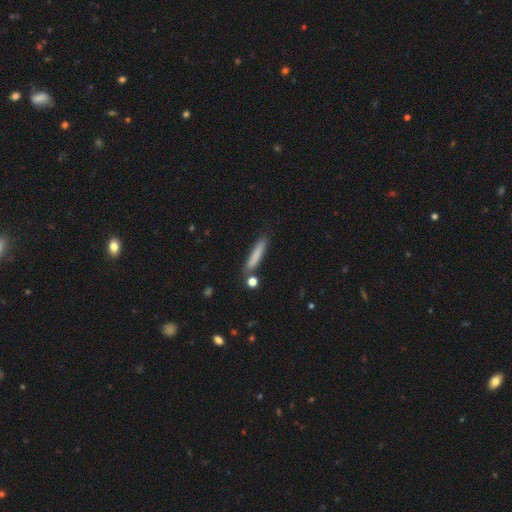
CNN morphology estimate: Smooth or featured?
  - smooth: 78% *
  - featured or disk: 15%
  - star or artifact: 7%
How rounded?
  - cigar-shaped: 92% *
  - in between: 7%
  - round: 2%
Merging?
  - none: 81% *
  - minor disturbance: 12%
  - merger: 5%
  - major disturbance: 3%